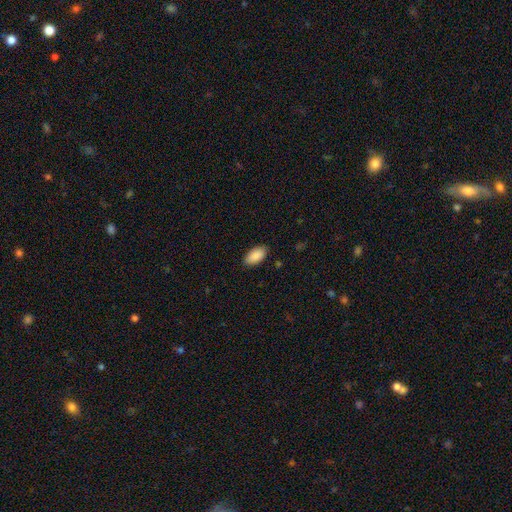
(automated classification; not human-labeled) Smooth or featured: smooth — 89% (star or artifact — 6%)
How rounded: in between — 94% (cigar-shaped — 3%)
Merging: none — 87% (minor disturbance — 10%)